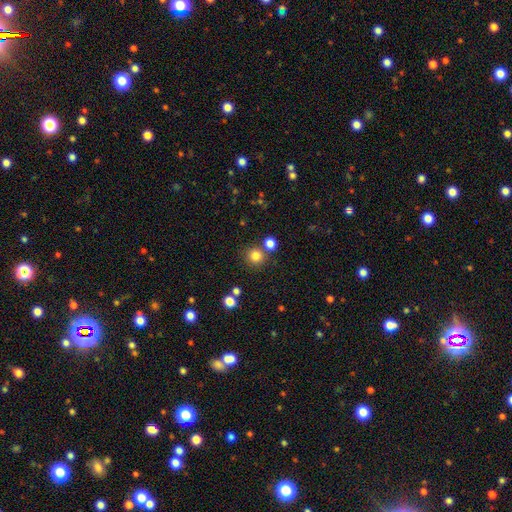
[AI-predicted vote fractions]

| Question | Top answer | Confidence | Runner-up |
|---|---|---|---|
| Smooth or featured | smooth | 81% | star or artifact (14%) |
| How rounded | round | 93% | in between (6%) |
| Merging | none | 77% | merger (13%) |